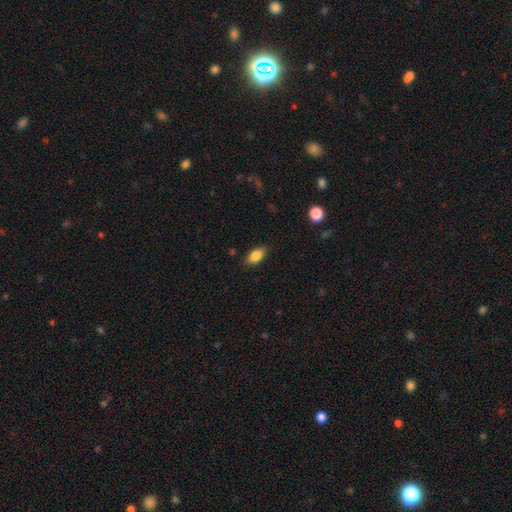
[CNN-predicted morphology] The model was most divided on "merging": none: 85%, minor disturbance: 12%, major disturbance: 3%, merger: 1%. More confident: how rounded — in between (90%); smooth or featured — smooth (85%).